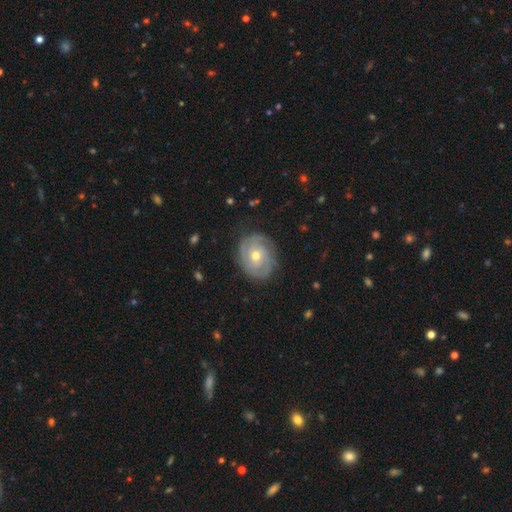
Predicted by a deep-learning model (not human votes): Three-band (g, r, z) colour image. It shows a featured or disk galaxy (83%) with no bar (75%), 3 (30%) tight (76%) spiral arms (94%) and a moderate central bulge (64%). Merging: none (80%).